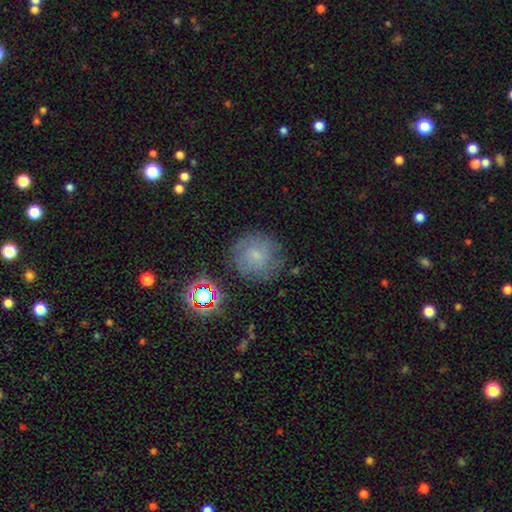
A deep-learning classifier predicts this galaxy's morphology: A smooth galaxy with no disk features (58%) that is round (91%).

Vote fractions:
- Smooth or featured? smooth: 58% / featured or disk: 26% / star or artifact: 17%
- How rounded? round: 91% / in between: 8% / cigar-shaped: 1%
- Merging? none: 72% / minor disturbance: 18% / major disturbance: 7% / merger: 3%